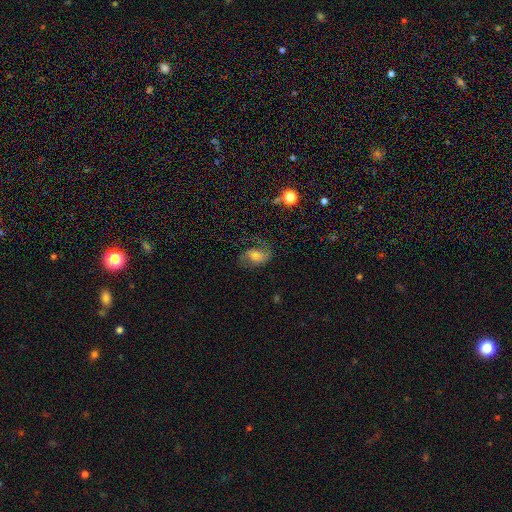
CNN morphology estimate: type=featured or disk (58%); edge-on=no (96%); bar=no (55%); spiral arms=yes (88%); bulge=moderate (50%); merging=none (61%).